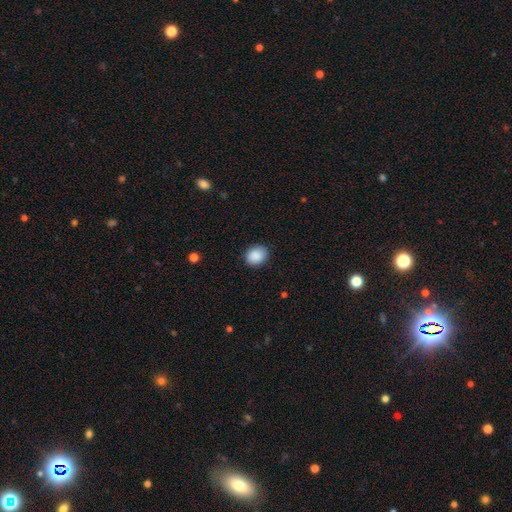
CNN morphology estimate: Smooth or featured?
  - smooth: 90% *
  - star or artifact: 8%
  - featured or disk: 3%
How rounded?
  - round: 59% *
  - in between: 40%
  - cigar-shaped: 1%
Merging?
  - none: 88% *
  - minor disturbance: 9%
  - major disturbance: 2%
  - merger: 1%